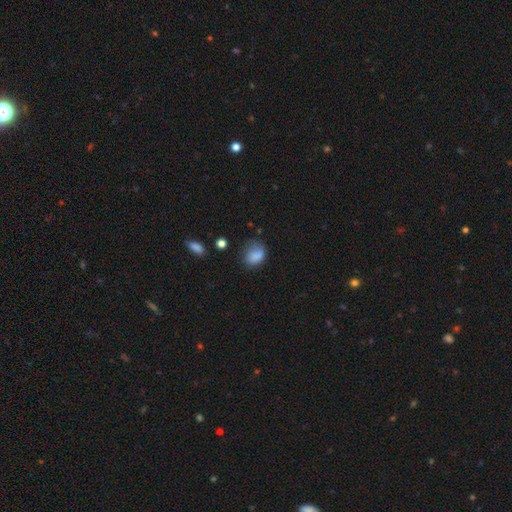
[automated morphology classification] Q: Smooth or featured?
A: smooth (80%); runner-up: star or artifact (10%)
Q: How rounded?
A: in between (67%); runner-up: round (31%)
Q: Merging?
A: none (51%); runner-up: minor disturbance (31%)